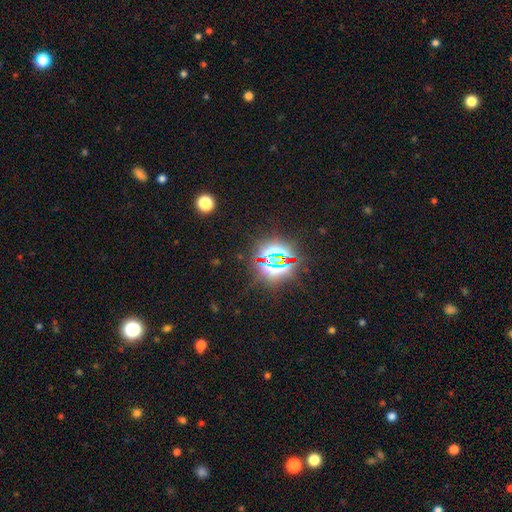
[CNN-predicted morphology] Overall: star or artifact (80%).